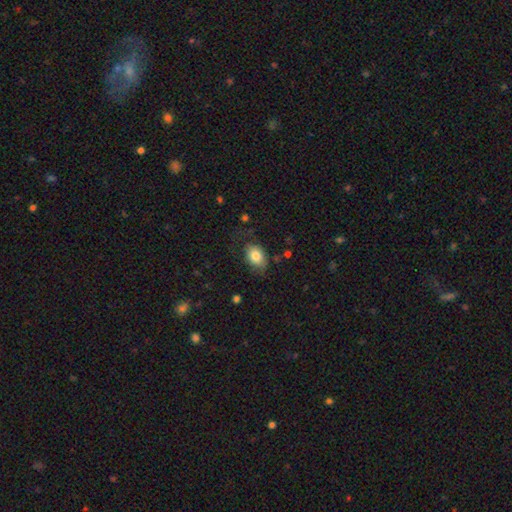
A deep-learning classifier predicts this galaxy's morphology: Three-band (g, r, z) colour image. It shows a smooth galaxy with no disk features (80%) that is in between round and cigar-shaped (81%). Merging: none (64%).